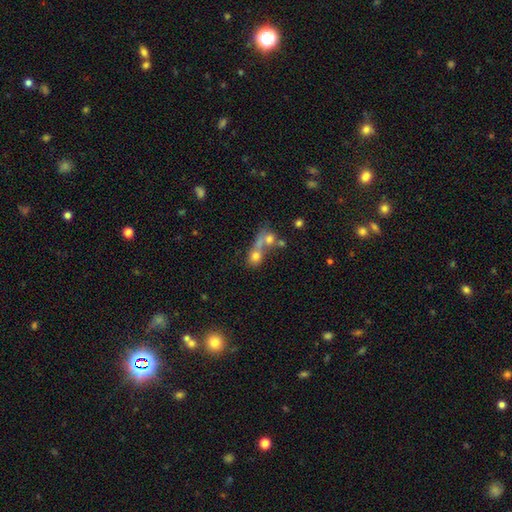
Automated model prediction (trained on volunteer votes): Morphology: type=smooth (47%); merging=merger (42%).